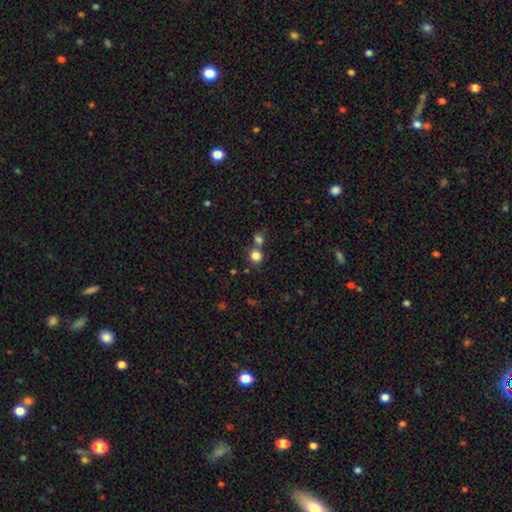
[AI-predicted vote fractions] Smooth or featured? smooth (81%)
How rounded? round (86%)
Merging? none (57%)